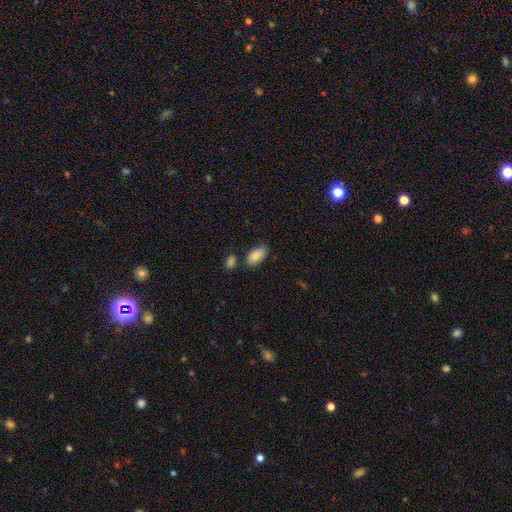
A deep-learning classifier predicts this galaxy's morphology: A smooth galaxy with no disk features (86%) that is in between round and cigar-shaped (94%).

Vote fractions:
- Smooth or featured? smooth: 86% / featured or disk: 7% / star or artifact: 7%
- How rounded? in between: 94% / round: 3% / cigar-shaped: 3%
- Merging? none: 73% / minor disturbance: 16% / merger: 7% / major disturbance: 3%